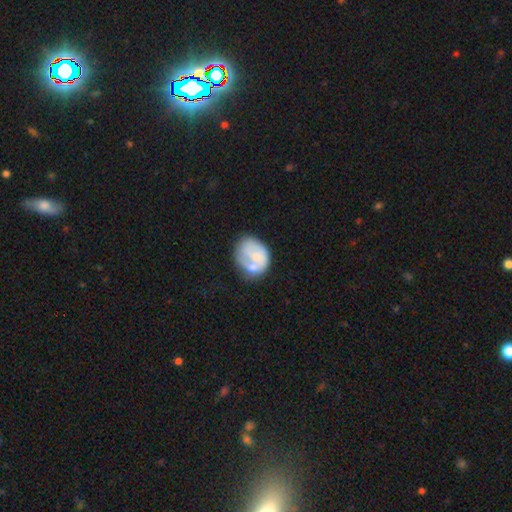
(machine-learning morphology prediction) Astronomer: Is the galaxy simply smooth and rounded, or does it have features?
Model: smooth — 51% (runner-up: featured or disk, 42%).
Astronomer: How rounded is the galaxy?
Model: round — 51% (runner-up: in between, 48%).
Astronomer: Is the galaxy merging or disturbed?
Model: none — 40% (runner-up: minor disturbance, 26%).